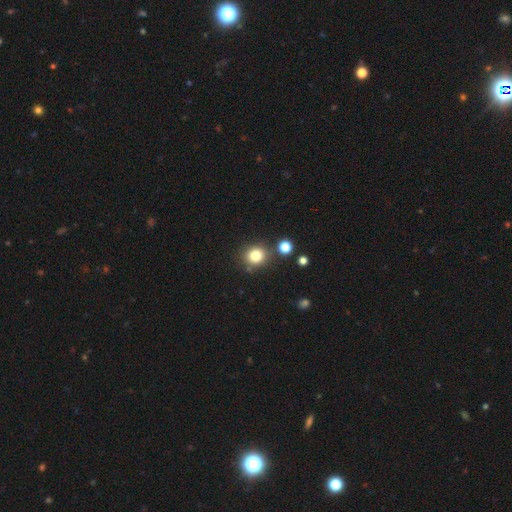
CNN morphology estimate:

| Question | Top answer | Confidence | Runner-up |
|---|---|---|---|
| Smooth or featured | smooth | 81% | star or artifact (13%) |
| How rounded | round | 84% | in between (15%) |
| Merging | none | 78% | minor disturbance (10%) |